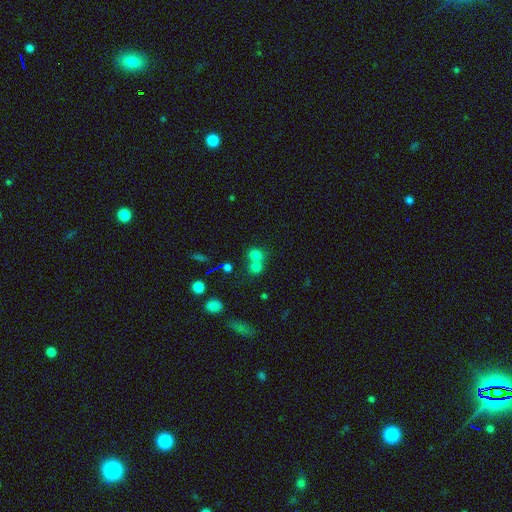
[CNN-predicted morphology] smooth 72%, star or artifact 18%, featured or disk 10%. Down the decision tree: how rounded — round (76%); merging — merger (51%).